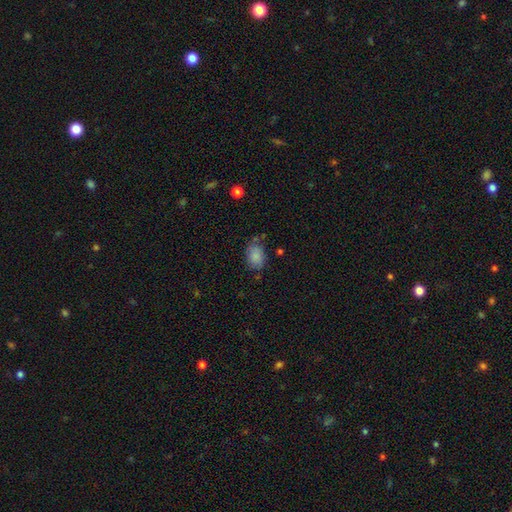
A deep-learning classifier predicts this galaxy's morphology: This is clearly a smooth galaxy (84%). How rounded: clearly in between (80%). Merging: likely none (67%).